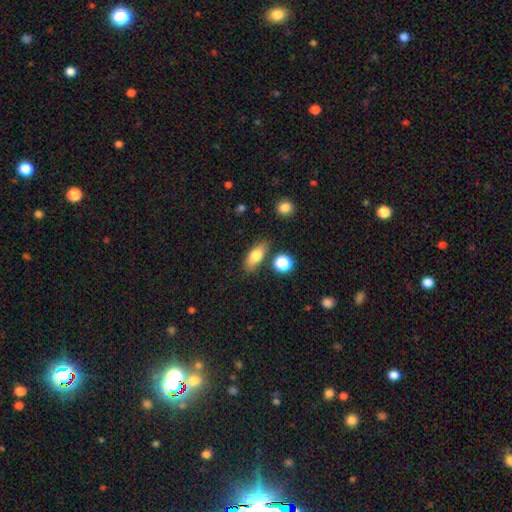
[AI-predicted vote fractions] Smooth or featured: smooth — 75% (featured or disk — 16%)
How rounded: in between — 72% (cigar-shaped — 20%)
Merging: none — 80% (minor disturbance — 12%)